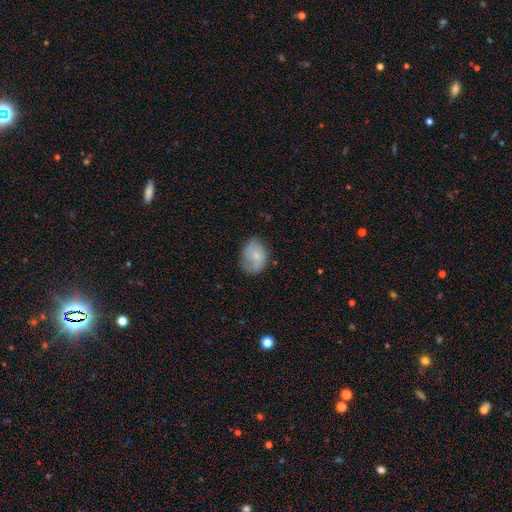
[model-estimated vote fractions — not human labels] Morphology: type=smooth (69%); roundness=in between (65%); merging=none (62%).